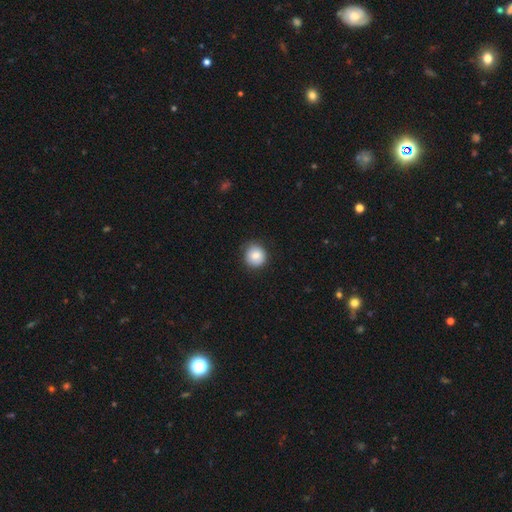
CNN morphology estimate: smooth_or_featured: smooth (p=0.83) [alt: featured or disk p=0.09]
how_rounded: round (p=0.89) [alt: in between p=0.10]
merging: none (p=0.82) [alt: minor disturbance p=0.14]